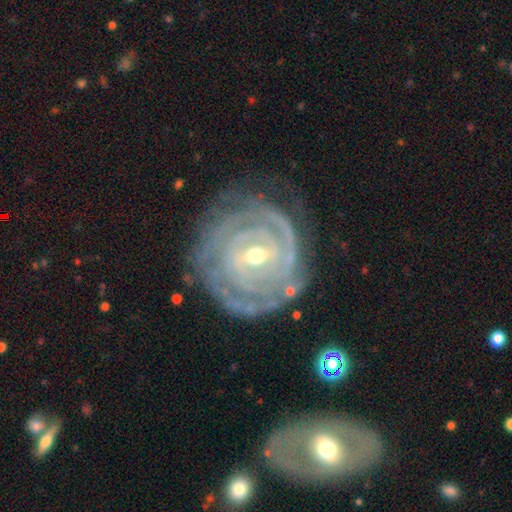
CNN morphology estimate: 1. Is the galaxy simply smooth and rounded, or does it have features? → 90% featured or disk, 5% smooth, 5% star or artifact.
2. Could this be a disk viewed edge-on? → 97% no, 3% yes.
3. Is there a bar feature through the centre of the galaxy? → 43% weak, 34% no, 22% strong.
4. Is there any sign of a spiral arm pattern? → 97% yes, 3% no.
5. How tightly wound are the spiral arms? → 87% tight, 11% medium, 2% loose.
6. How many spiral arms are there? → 29% can't tell, 23% 2, 21% 3, 14% 4, 7% more than 4, 6% 1.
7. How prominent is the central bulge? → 53% small, 44% moderate, 1% large, 1% none, 1% dominant.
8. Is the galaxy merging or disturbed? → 75% none, 16% minor disturbance, 7% major disturbance, 2% merger.